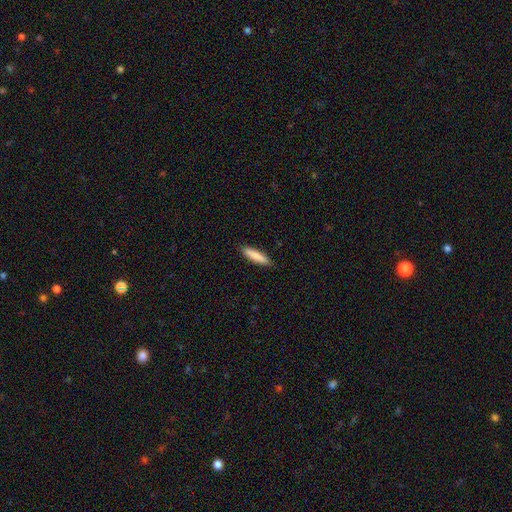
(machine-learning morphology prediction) This appears to be a smooth galaxy with no disk features (85%) that is cigar-shaped (81%). Merging: none (90%).